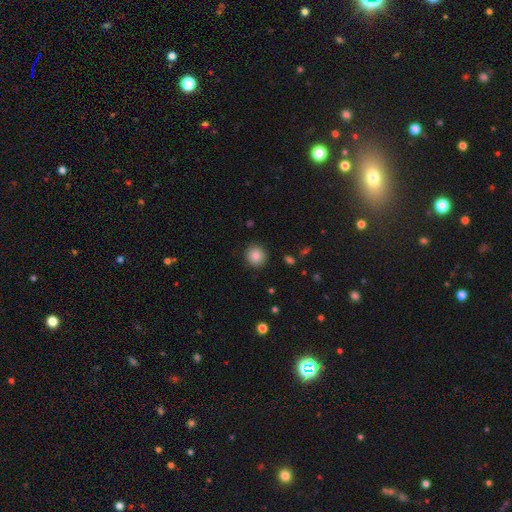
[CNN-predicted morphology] Overall: smooth (86%). How rounded: round (91%). Merging: none (90%).